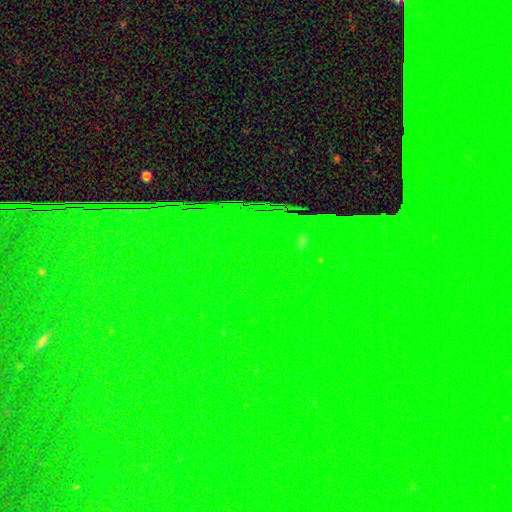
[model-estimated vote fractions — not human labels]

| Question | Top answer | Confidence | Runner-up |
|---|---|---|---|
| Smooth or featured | star or artifact | 88% | featured or disk (7%) |